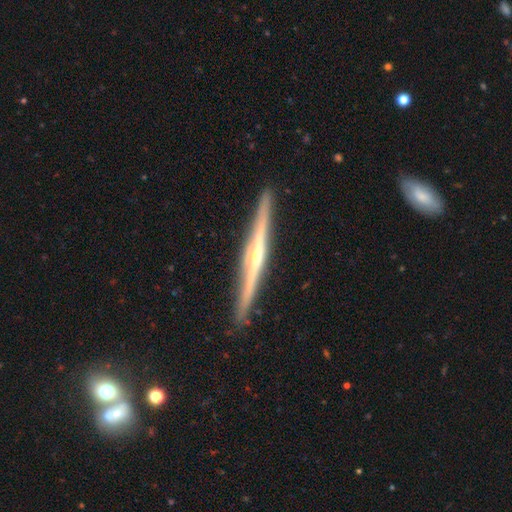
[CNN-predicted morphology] The model was most divided on "edge-on bulge": rounded: 82%, none: 13%, boxy: 5%. More confident: edge-on disk — yes (98%); merging — none (92%); smooth or featured — featured or disk (84%).